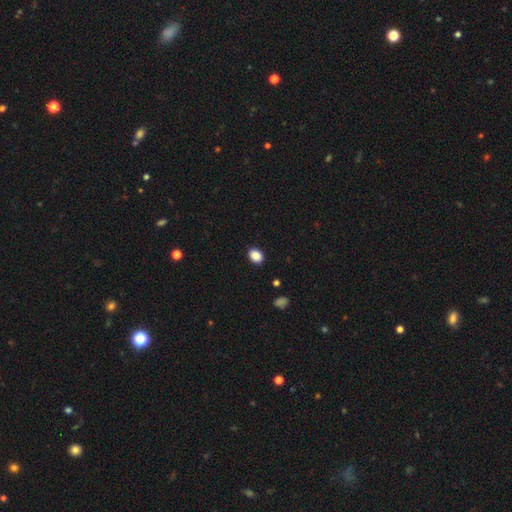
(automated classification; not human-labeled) Overall: smooth (88%). How rounded: in between (63%; round 36%). Merging: none (90%).